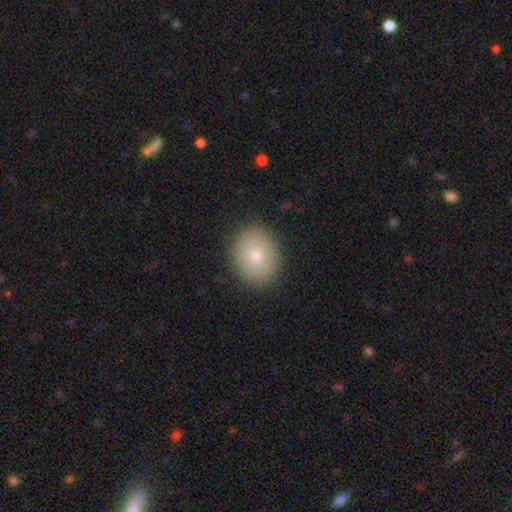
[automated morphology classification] smooth_or_featured: smooth (p=0.77) [alt: featured or disk p=0.15]
how_rounded: round (p=0.56) [alt: in between p=0.43]
merging: none (p=0.88) [alt: minor disturbance p=0.09]